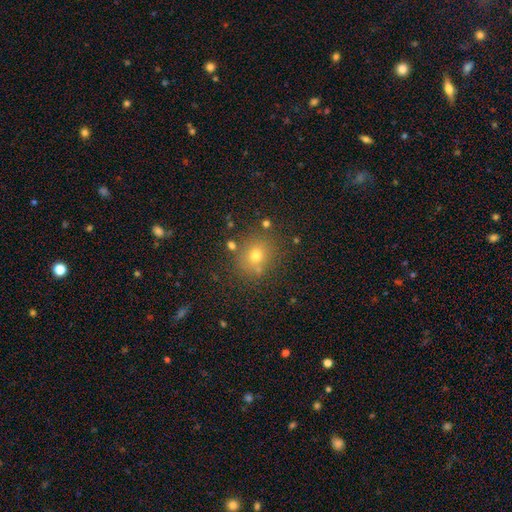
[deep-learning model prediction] Smooth or featured? Predicted: smooth (p=0.70). How rounded? Predicted: round (p=0.78). Merging? Predicted: none (p=0.78).